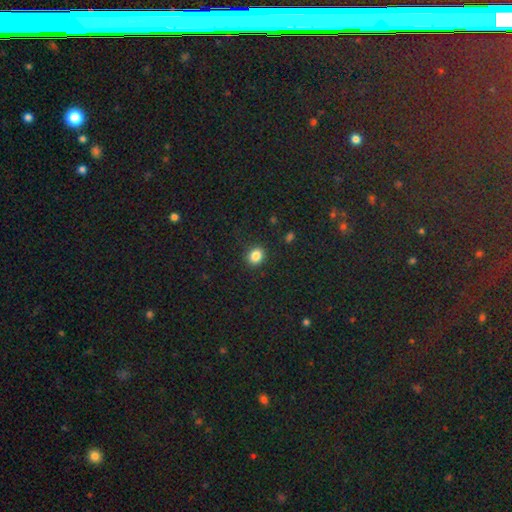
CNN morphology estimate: A smooth galaxy with no disk features (85%) that is round (66%).

Vote fractions:
- Smooth or featured? smooth: 85% / star or artifact: 11% / featured or disk: 4%
- How rounded? round: 66% / in between: 33% / cigar-shaped: 1%
- Merging? none: 88% / minor disturbance: 8% / major disturbance: 3% / merger: 1%